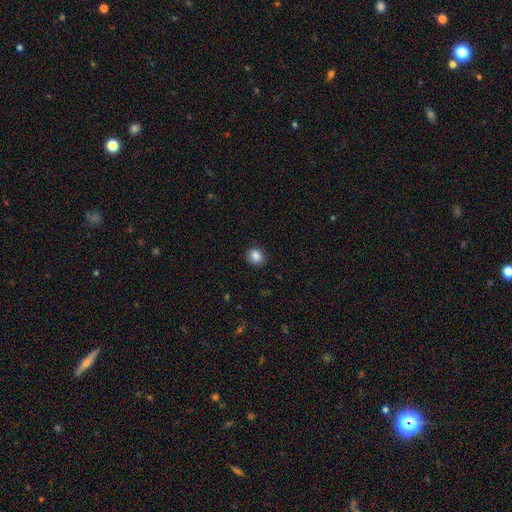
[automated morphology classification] Smooth or featured? Predicted: smooth (p=0.86). How rounded? Predicted: round (p=0.81). Merging? Predicted: none (p=0.91).